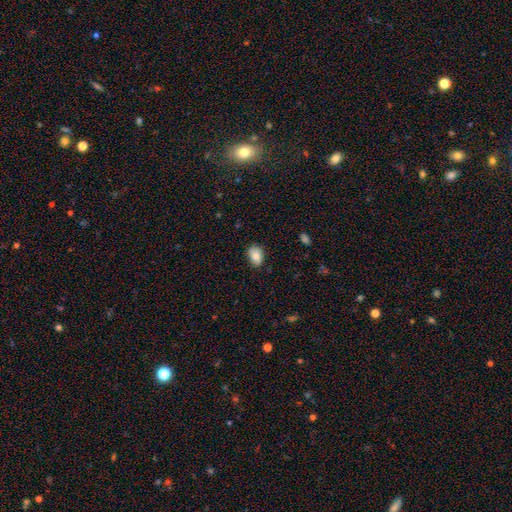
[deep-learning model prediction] Morphology: type=smooth (83%); roundness=in between (81%); merging=none (76%).